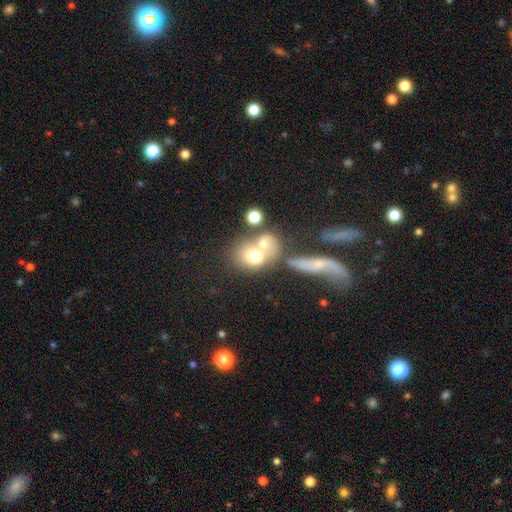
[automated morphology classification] A smooth galaxy with no disk features (66%) that is round (54%).

Vote fractions:
- Smooth or featured? smooth: 66% / featured or disk: 23% / star or artifact: 11%
- How rounded? round: 54% / in between: 42% / cigar-shaped: 3%
- Merging? merger: 56% / none: 27% / minor disturbance: 9% / major disturbance: 8%